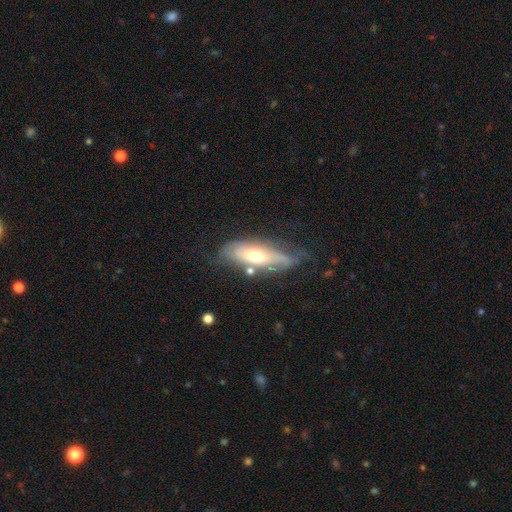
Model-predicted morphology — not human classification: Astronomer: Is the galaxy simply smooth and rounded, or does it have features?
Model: featured or disk — 55% (runner-up: smooth, 39%).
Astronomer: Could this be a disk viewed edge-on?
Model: no — 69%.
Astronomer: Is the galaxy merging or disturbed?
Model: none — 51% (runner-up: minor disturbance, 30%).